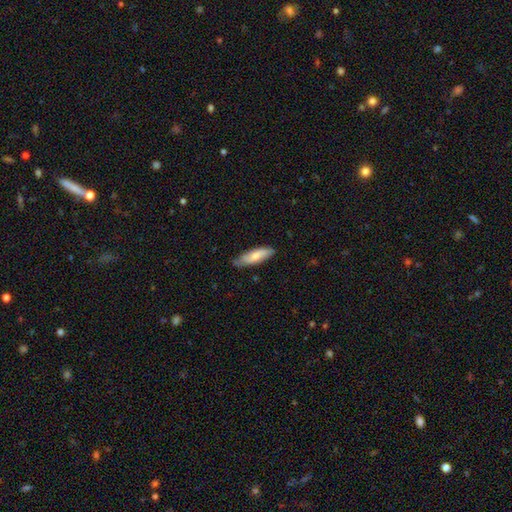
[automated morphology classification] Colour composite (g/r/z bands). It shows a smooth galaxy with no disk features (69%) that is in between round and cigar-shaped (55%). Merging: none (70%).